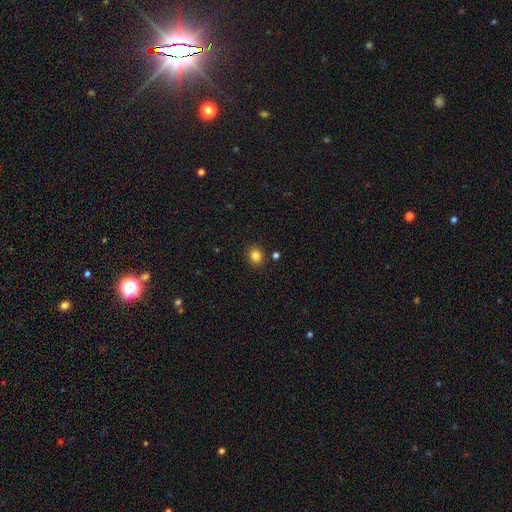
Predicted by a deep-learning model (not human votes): smooth 83%, star or artifact 12%, featured or disk 5%. Down the decision tree: how rounded — round (74%); merging — none (87%).